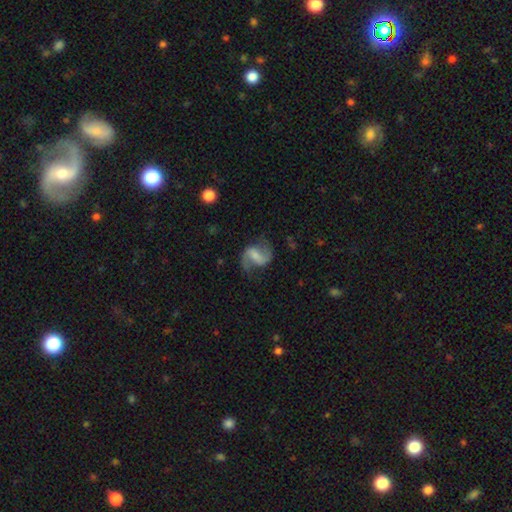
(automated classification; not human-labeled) Morphology: type=featured or disk (84%); edge-on=no (98%); bar=weak (45%); spiral arms=yes (95%); winding=loose (48%); arm count=2 (91%); bulge=small (42%); merging=none (73%).